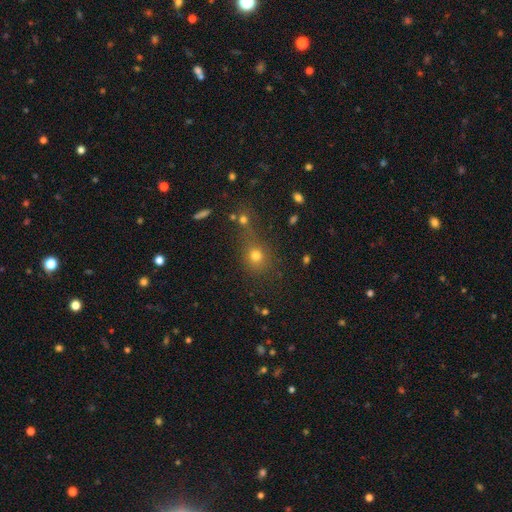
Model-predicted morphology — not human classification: smooth-or-featured: smooth: 71% | star or artifact: 19% | featured or disk: 9%
  how-rounded: round: 77% | in between: 22% | cigar-shaped: 2%
  merging: none: 55% | merger: 25% | minor disturbance: 12% | major disturbance: 8%